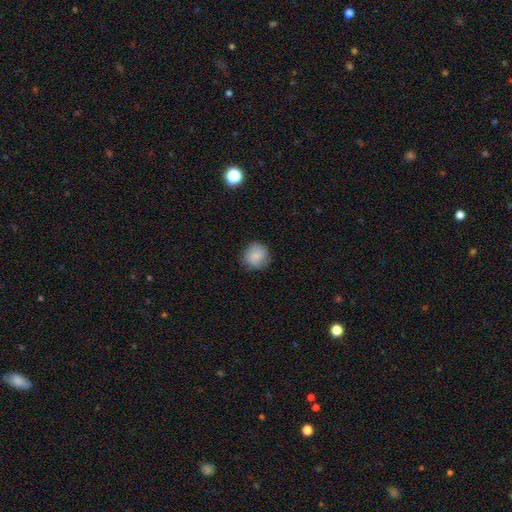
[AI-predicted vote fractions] Morphology: type=smooth (83%); roundness=round (91%); merging=none (83%).